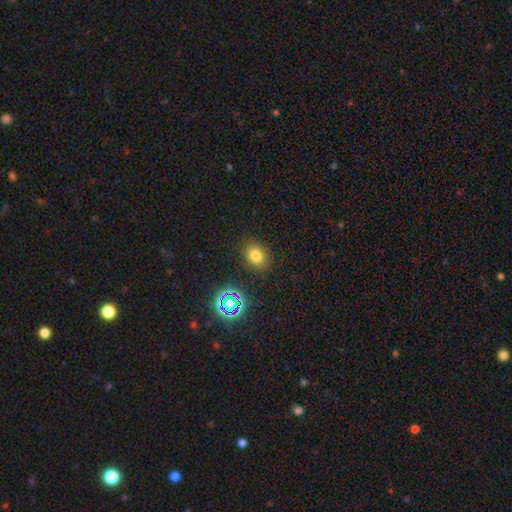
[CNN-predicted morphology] A smooth galaxy with no disk features (74%) that is in between round and cigar-shaped (52%).

Vote fractions:
- Smooth or featured? smooth: 74% / star or artifact: 19% / featured or disk: 7%
- How rounded? in between: 52% / round: 47% / cigar-shaped: 1%
- Merging? none: 85% / minor disturbance: 10% / major disturbance: 3% / merger: 2%